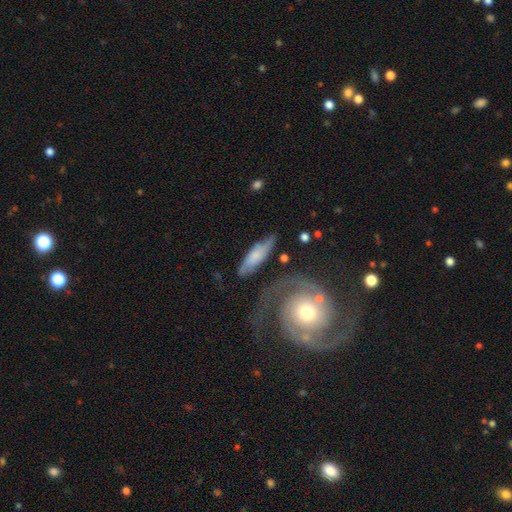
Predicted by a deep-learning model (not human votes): A smooth galaxy with no disk features (48%). Merging: none (56%).